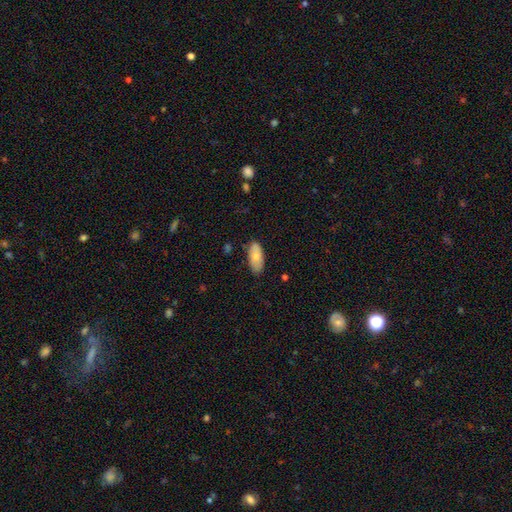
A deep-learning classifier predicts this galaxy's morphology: A smooth galaxy with no disk features (77%) that is in between round and cigar-shaped (89%). Merging: none (80%).